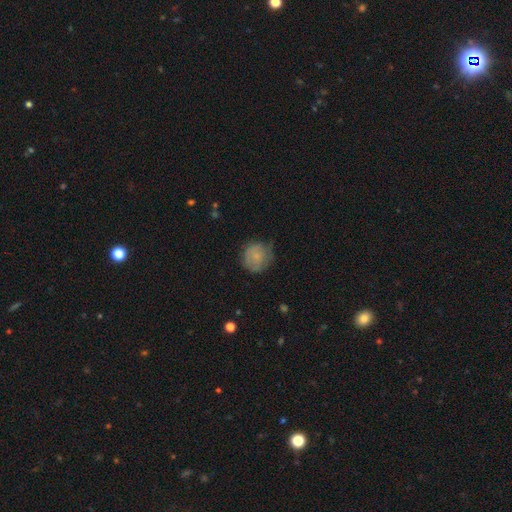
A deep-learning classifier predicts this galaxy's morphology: The model was most divided on "merging": none: 59%, minor disturbance: 29%, major disturbance: 10%, merger: 2%. More confident: how rounded — round (88%); smooth or featured — smooth (69%).